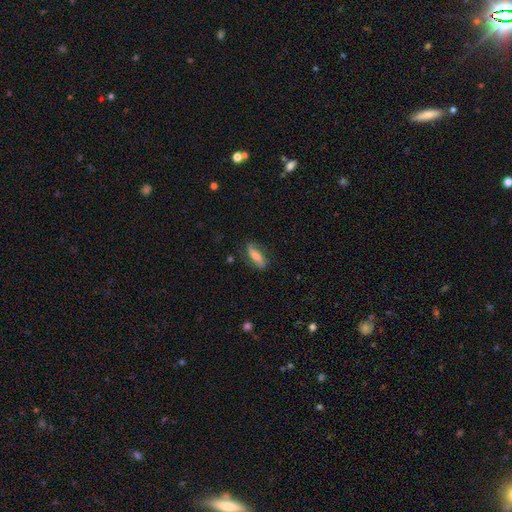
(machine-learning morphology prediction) Smooth or featured? Predicted: featured or disk (p=0.56). Edge-on disk? Predicted: no (p=0.75). Merging? Predicted: none (p=0.76).